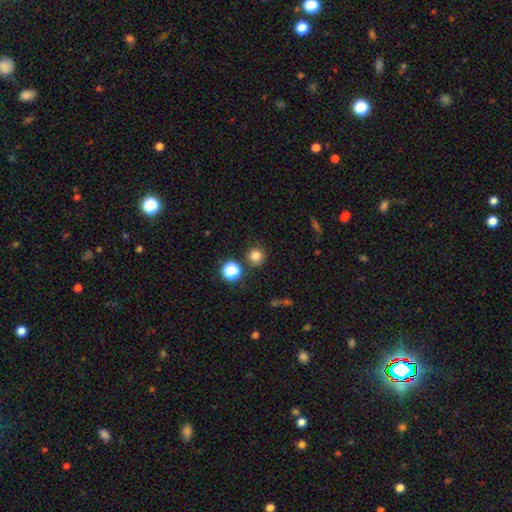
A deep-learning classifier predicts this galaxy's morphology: Smooth or featured: smooth — 80% (star or artifact — 15%)
How rounded: round — 93% (in between — 6%)
Merging: none — 86% (minor disturbance — 7%)